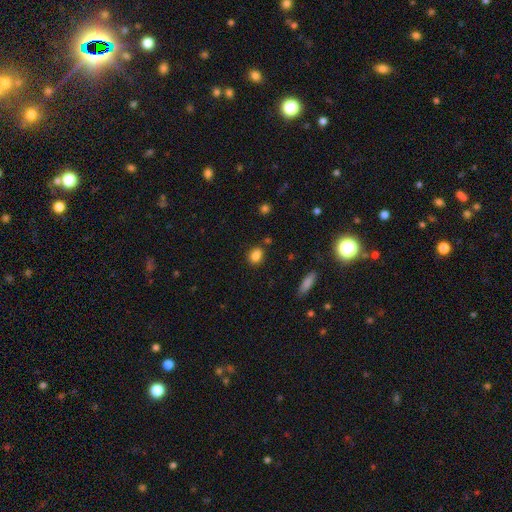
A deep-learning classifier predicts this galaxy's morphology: smooth-or-featured: smooth: 84% | star or artifact: 10% | featured or disk: 6%
  how-rounded: in between: 53% | round: 45% | cigar-shaped: 2%
  merging: none: 75% | minor disturbance: 15% | merger: 7% | major disturbance: 3%